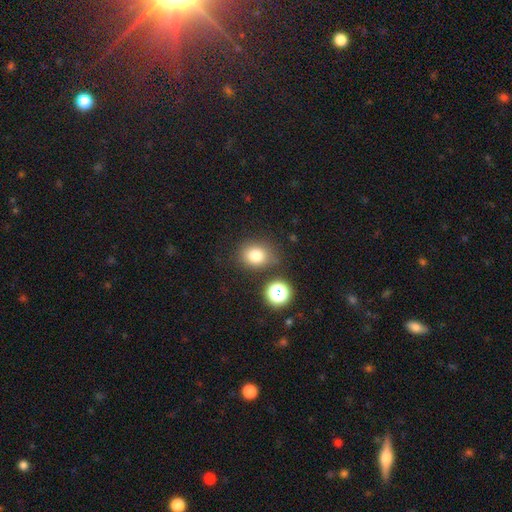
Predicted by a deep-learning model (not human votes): smooth_or_featured: smooth (p=0.79) [alt: star or artifact p=0.14]
how_rounded: round (p=0.57) [alt: in between p=0.42]
merging: none (p=0.75) [alt: minor disturbance p=0.14]